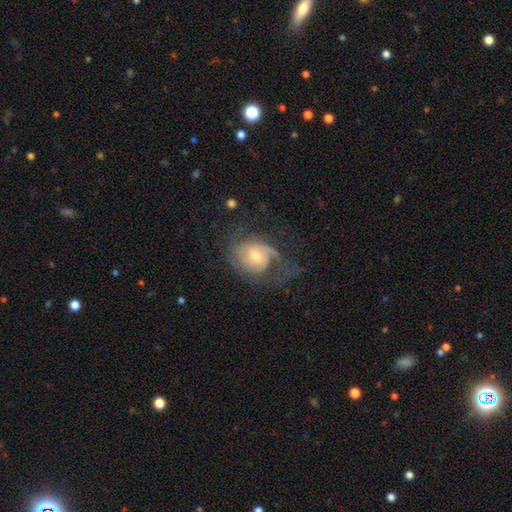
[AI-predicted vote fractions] A featured or disk galaxy (77%) with no bar (52%), 2 (44%) tight (40%, tied with medium) spiral arms (91%) and a moderate central bulge (54%).

Vote fractions:
- Smooth or featured? featured or disk: 77% / smooth: 16% / star or artifact: 7%
- Edge-on disk? no: 97% / yes: 3%
- Bar? no: 52% / weak: 41% / strong: 8%
- Spiral arms? yes: 91% / no: 9%
- Spiral winding? tight: 40% (tied) / medium: 40% (tied) / loose: 20%
- Spiral arm count? 2: 44% / can't tell: 24% / 1: 18% / 3: 9% / 4: 3% / more than 4: 3%
- Bulge size? moderate: 54% / small: 38% / large: 5% / none: 2% / dominant: 1%
- Merging? none: 48% / major disturbance: 29% / minor disturbance: 21% / merger: 2%